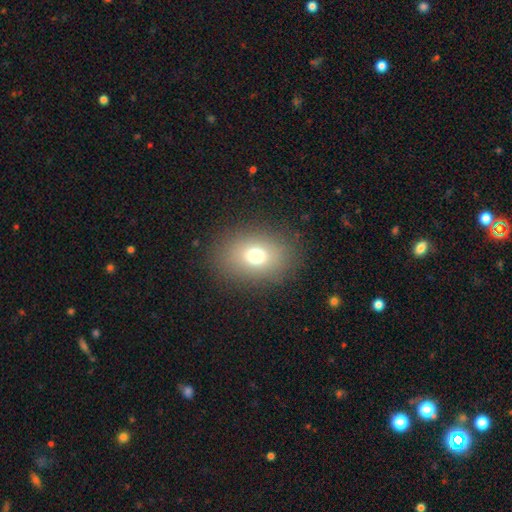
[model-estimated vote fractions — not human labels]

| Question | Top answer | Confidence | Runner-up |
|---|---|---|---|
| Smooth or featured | smooth | 73% | star or artifact (15%) |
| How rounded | in between | 62% | round (36%) |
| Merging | none | 86% | minor disturbance (9%) |